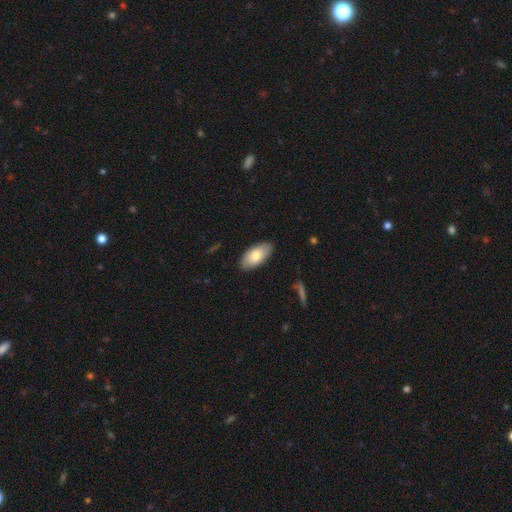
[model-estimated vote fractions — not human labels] This appears to be a smooth galaxy with no disk features (79%) that is in between round and cigar-shaped (94%). Merging: none (88%).